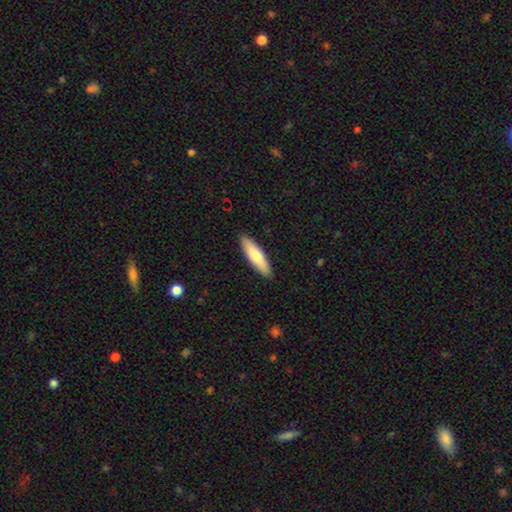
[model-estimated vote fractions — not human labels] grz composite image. It shows a smooth galaxy with no disk features (73%) that is cigar-shaped (65%). Merging: none (90%).